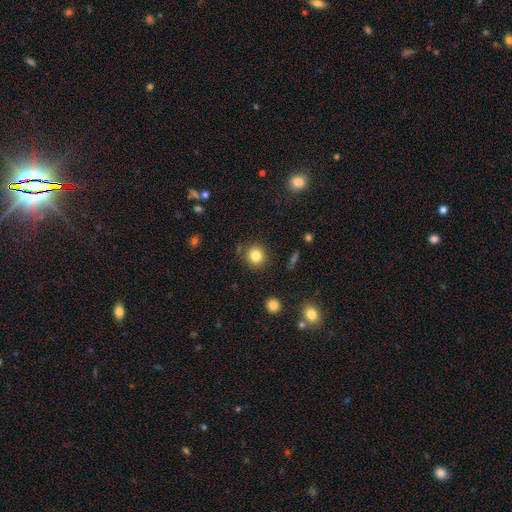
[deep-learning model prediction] smooth-or-featured: smooth: 83% | star or artifact: 11% | featured or disk: 7%
  how-rounded: round: 89% | in between: 10% | cigar-shaped: 1%
  merging: none: 86% | minor disturbance: 8% | merger: 3% | major disturbance: 3%